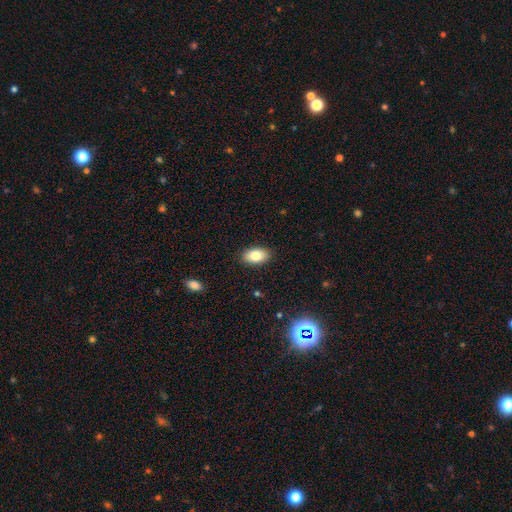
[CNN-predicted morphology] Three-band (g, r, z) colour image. It shows a smooth galaxy with no disk features (82%) that is in between round and cigar-shaped (93%). Merging: none (88%).